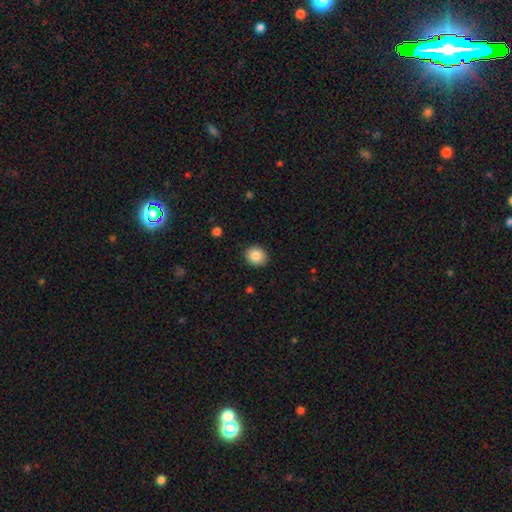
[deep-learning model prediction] Smooth or featured? smooth (86%)
How rounded? round (69%)
Merging? none (90%)